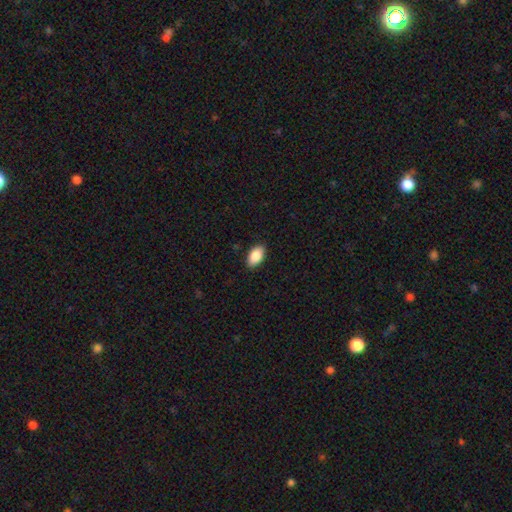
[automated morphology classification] This is clearly a smooth galaxy (88%). How rounded: clearly in between (94%). Merging: clearly none (88%).